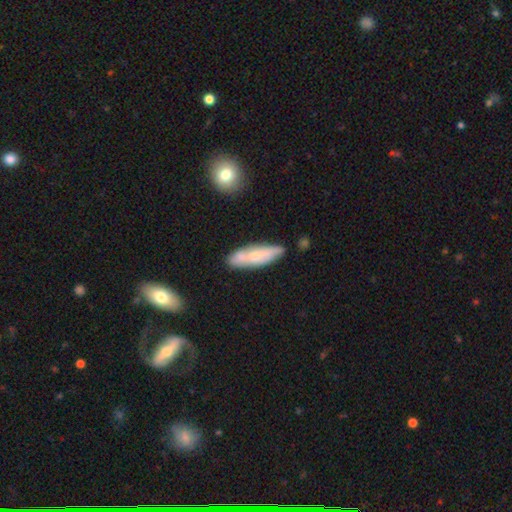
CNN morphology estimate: type=smooth (59%); roundness=cigar-shaped (55%); merging=none (68%).